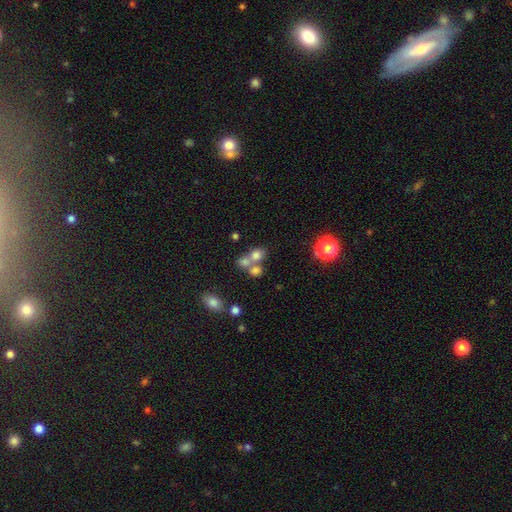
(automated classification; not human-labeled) Morphology: type=smooth (69%); roundness=round (61%); merging=merger (53%).